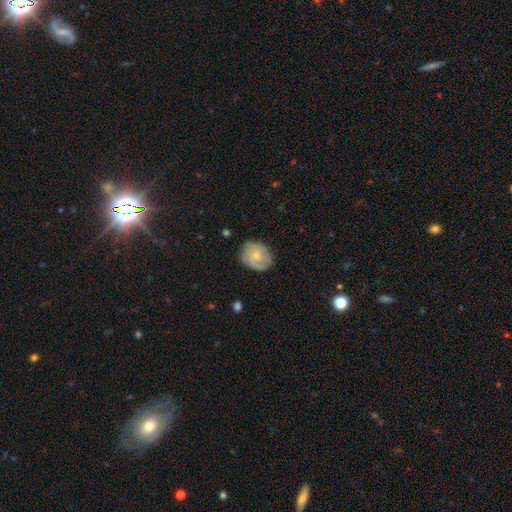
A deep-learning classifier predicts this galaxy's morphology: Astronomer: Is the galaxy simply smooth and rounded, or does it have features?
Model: featured or disk — 56% (runner-up: smooth, 37%).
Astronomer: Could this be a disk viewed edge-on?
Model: no — 97%.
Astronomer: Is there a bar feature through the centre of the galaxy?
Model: no — 76%.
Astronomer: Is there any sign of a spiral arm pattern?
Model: yes — 84%.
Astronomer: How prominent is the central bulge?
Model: small — 59% (runner-up: moderate, 34%).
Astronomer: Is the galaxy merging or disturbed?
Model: none — 76%.